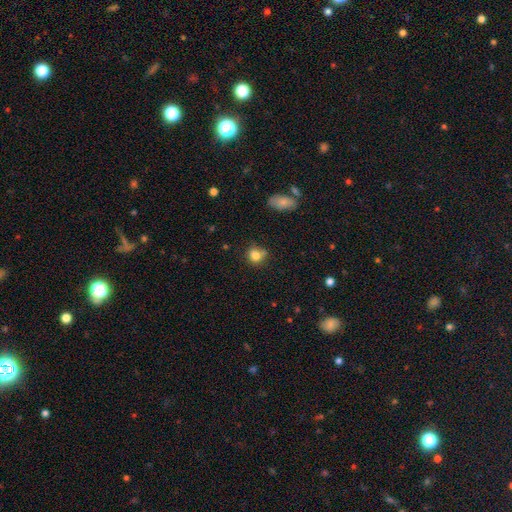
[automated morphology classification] This is likely a smooth galaxy (80%). How rounded: likely round (71%). Merging: possibly none (58%).